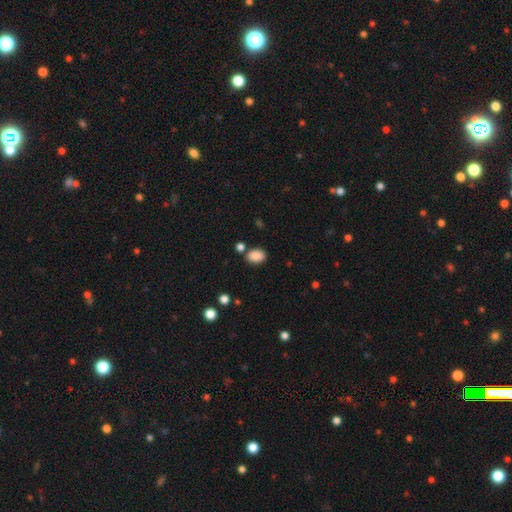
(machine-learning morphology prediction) Smooth or featured: smooth — 88% (star or artifact — 8%)
How rounded: in between — 82% (round — 17%)
Merging: none — 77% (minor disturbance — 12%)